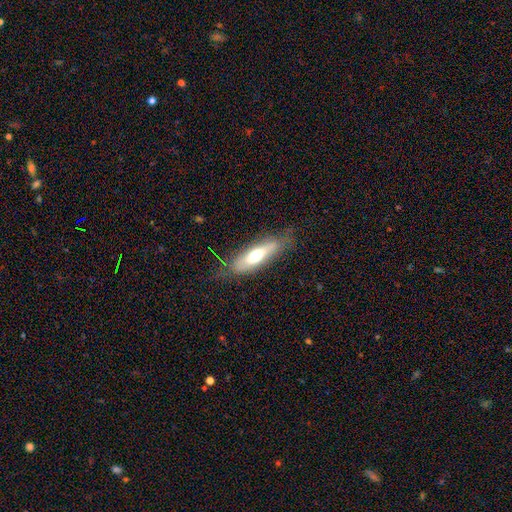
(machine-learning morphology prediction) A smooth galaxy with no disk features (54%) that is cigar-shaped (50%).

Vote fractions:
- Smooth or featured? smooth: 54% / featured or disk: 39% / star or artifact: 7%
- How rounded? cigar-shaped: 50% / in between: 47% / round: 2%
- Merging? none: 71% / minor disturbance: 20% / major disturbance: 7% / merger: 2%